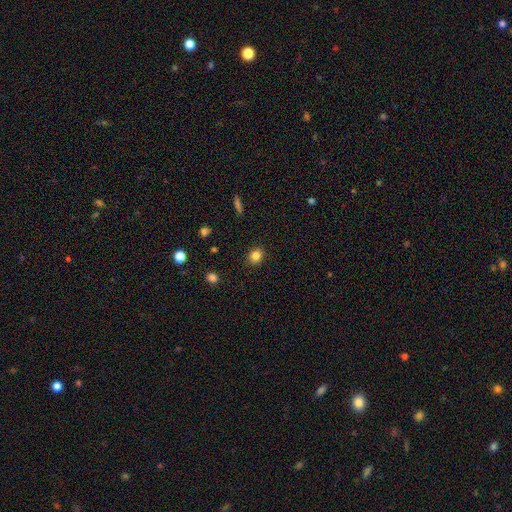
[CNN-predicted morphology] Smooth or featured? smooth (83%)
How rounded? round (63%)
Merging? none (88%)